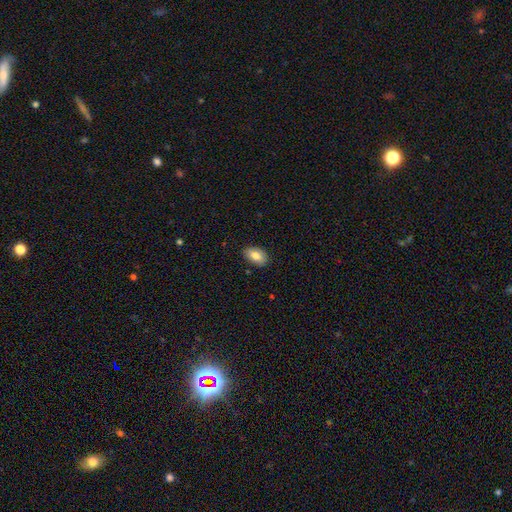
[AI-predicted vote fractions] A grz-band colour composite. It shows a smooth galaxy with no disk features (81%) that is in between round and cigar-shaped (92%). Merging: none (87%).